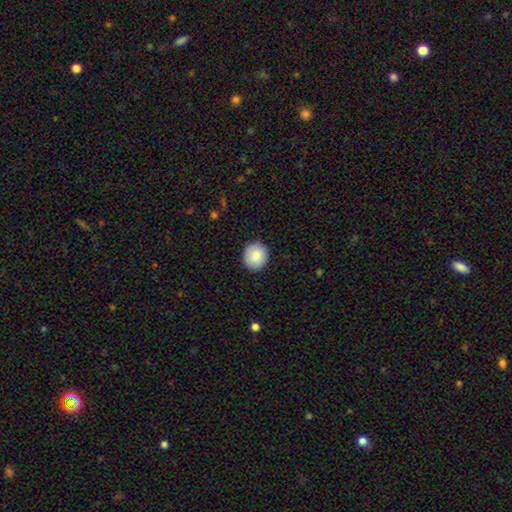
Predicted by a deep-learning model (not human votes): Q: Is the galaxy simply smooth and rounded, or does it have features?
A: smooth — 88%.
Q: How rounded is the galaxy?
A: round — 85%.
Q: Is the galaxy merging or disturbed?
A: none — 91%.